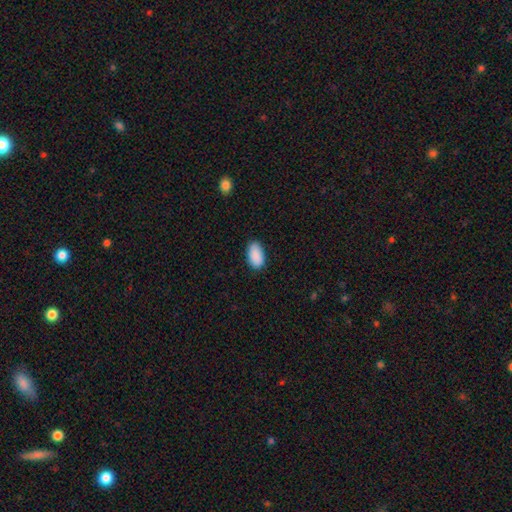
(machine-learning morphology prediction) smooth_or_featured: smooth (p=0.90) [alt: star or artifact p=0.07]
how_rounded: in between (p=0.95) [alt: round p=0.03]
merging: none (p=0.82) [alt: minor disturbance p=0.14]